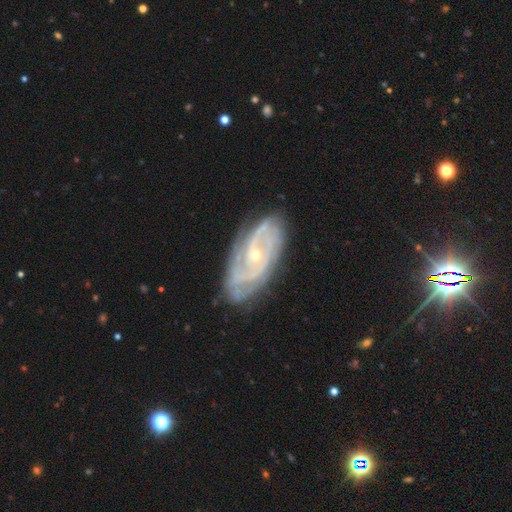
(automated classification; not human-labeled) Q: Smooth or featured?
A: featured or disk (86%); runner-up: smooth (8%)
Q: Edge-on disk?
A: no (94%); runner-up: yes (6%)
Q: Bar?
A: no (61%); runner-up: weak (31%)
Q: Spiral arms?
A: yes (95%); runner-up: no (5%)
Q: Spiral winding?
A: tight (54%); runner-up: medium (36%)
Q: Spiral arm count?
A: 2 (35%); runner-up: can't tell (28%)
Q: Bulge size?
A: small (73%); runner-up: moderate (24%)
Q: Merging?
A: none (75%); runner-up: minor disturbance (18%)